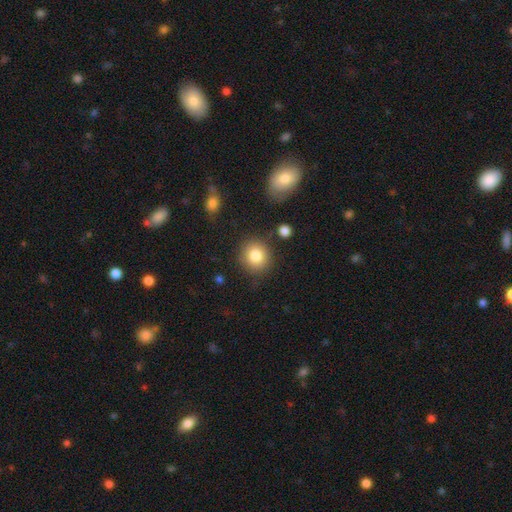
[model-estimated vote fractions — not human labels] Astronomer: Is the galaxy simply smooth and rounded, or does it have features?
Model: smooth — 83%.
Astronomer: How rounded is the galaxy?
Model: round — 88%.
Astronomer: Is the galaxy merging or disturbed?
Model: none — 84%.